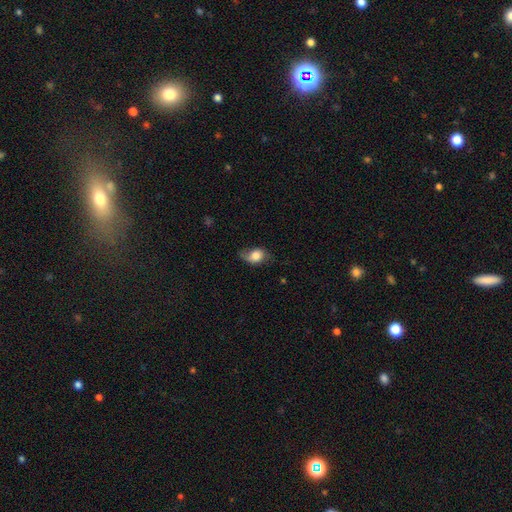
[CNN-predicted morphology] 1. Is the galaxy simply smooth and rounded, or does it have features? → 71% smooth, 21% featured or disk, 8% star or artifact.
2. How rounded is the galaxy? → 71% in between, 27% round, 2% cigar-shaped.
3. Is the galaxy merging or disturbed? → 49% none, 34% minor disturbance, 16% major disturbance, 2% merger.